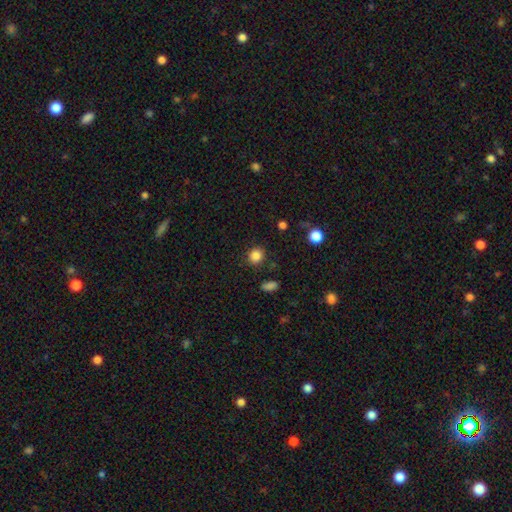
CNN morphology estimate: Smooth or featured? Predicted: smooth (p=0.85). How rounded? Predicted: round (p=0.78). Merging? Predicted: none (p=0.87).